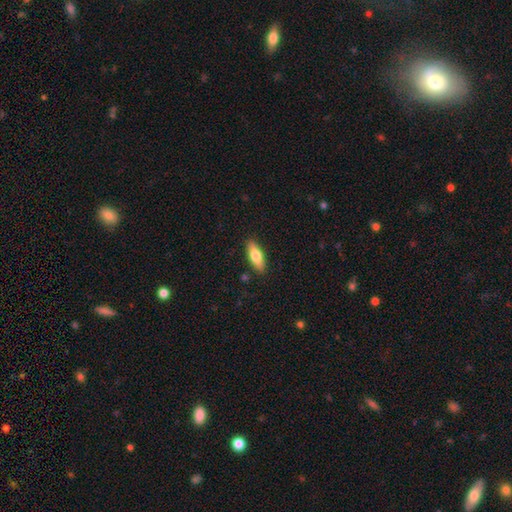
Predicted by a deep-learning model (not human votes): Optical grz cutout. It shows a smooth galaxy with no disk features (66%) that is in between round and cigar-shaped (57%). Merging: none (87%).